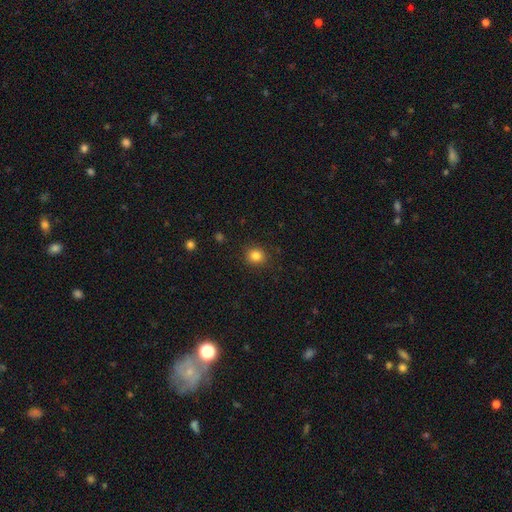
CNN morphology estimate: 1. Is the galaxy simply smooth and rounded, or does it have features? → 84% smooth, 12% star or artifact, 5% featured or disk.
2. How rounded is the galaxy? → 87% round, 12% in between, 1% cigar-shaped.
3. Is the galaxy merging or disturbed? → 89% none, 8% minor disturbance, 2% major disturbance, 1% merger.